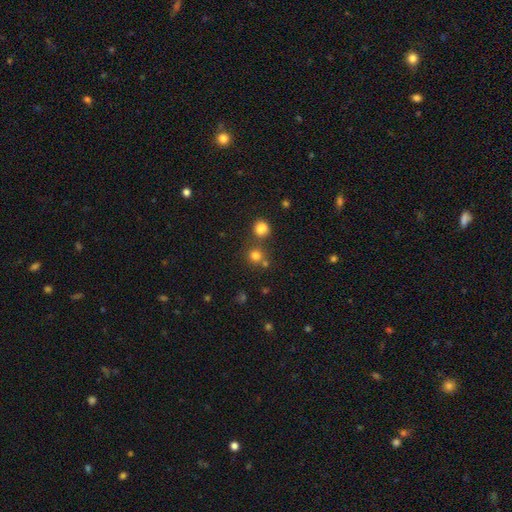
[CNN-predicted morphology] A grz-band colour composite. It shows a smooth galaxy with no disk features (77%) that is round (90%). Merging: none (66%).